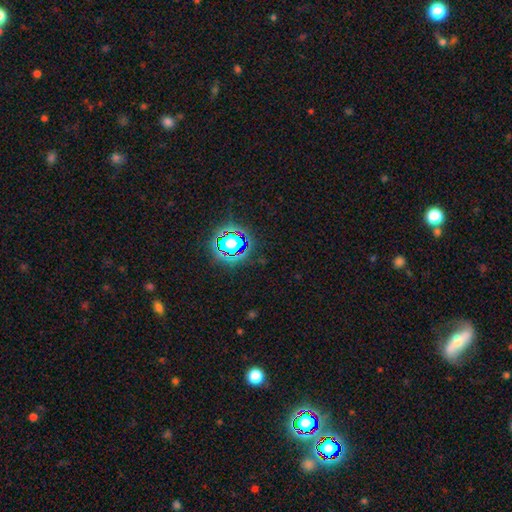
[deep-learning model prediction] A star or artifact, not a galaxy (80%).

Vote fractions:
- Smooth or featured? star or artifact: 80% / smooth: 12% / featured or disk: 8%